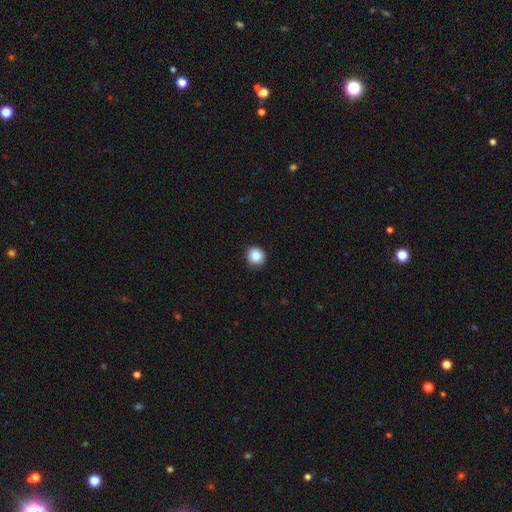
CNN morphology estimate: type=smooth (86%); roundness=round (90%); merging=none (91%).